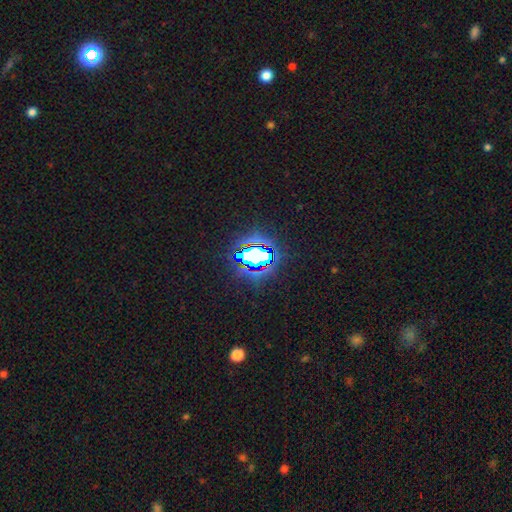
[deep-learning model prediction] Smooth or featured? star or artifact (73%)